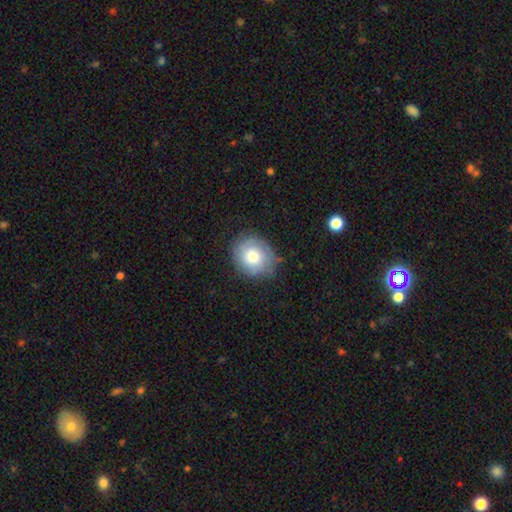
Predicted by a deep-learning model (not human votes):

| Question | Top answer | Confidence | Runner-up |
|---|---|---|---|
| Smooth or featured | smooth | 65% | featured or disk (27%) |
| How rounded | round | 73% | in between (26%) |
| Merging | none | 75% | minor disturbance (19%) |